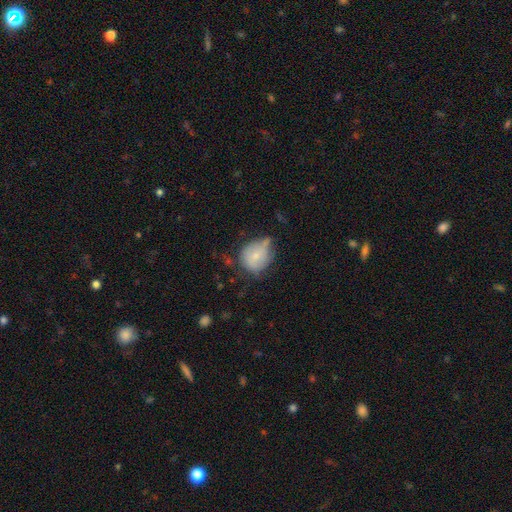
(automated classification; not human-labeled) A smooth galaxy with no disk features (68%) that is round (69%).

Vote fractions:
- Smooth or featured? smooth: 68% / featured or disk: 23% / star or artifact: 9%
- How rounded? round: 69% / in between: 30% / cigar-shaped: 1%
- Merging? minor disturbance: 39% / none: 38% / major disturbance: 15% / merger: 8%